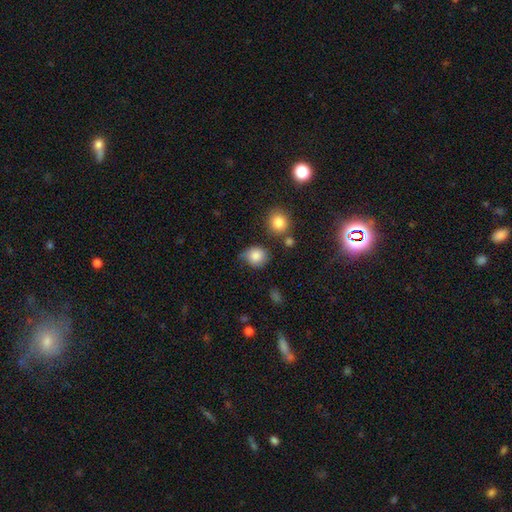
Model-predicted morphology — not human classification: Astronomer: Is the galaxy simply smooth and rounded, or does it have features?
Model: smooth — 83%.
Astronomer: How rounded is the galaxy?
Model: round — 76%.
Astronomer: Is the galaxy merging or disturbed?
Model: none — 53% (runner-up: minor disturbance, 32%).